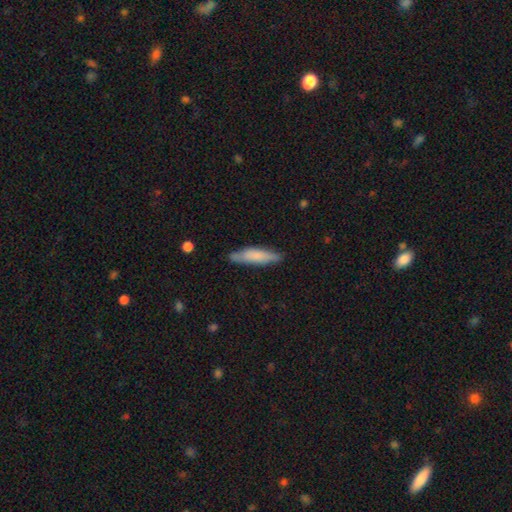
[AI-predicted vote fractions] smooth 73%, featured or disk 21%, star or artifact 6%. Down the decision tree: how rounded — cigar-shaped (78%); merging — none (78%).